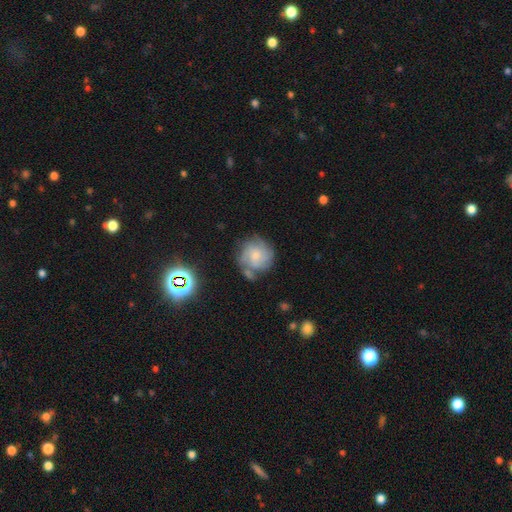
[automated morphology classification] Smooth or featured? featured or disk (58%)
Edge-on disk? no (97%)
Bar? no (72%)
Spiral arms? yes (86%)
Bulge size? small (54%)
Merging? none (57%)